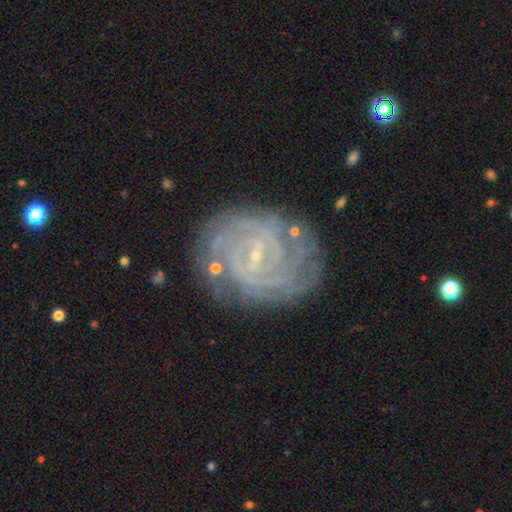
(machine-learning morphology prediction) A featured or disk galaxy (89%) with a weak bar (50%), 4 (22%, tied with 2 and can't tell) tight (79%) spiral arms (98%) and a small central bulge (86%).

Vote fractions:
- Smooth or featured? featured or disk: 89% / star or artifact: 6% / smooth: 5%
- Edge-on disk? no: 98% / yes: 2%
- Bar? weak: 50% / no: 28% / strong: 22%
- Spiral arms? yes: 98% / no: 2%
- Spiral winding? tight: 79% / medium: 18% / loose: 3%
- Spiral arm count? 4: 22% (tied) / 2: 22% (tied) / can't tell: 22% (tied) / 3: 17% / more than 4: 10% / 1: 7%
- Bulge size? small: 86% / moderate: 8% / none: 4% / large: 1% / dominant: 1%
- Merging? none: 76% / minor disturbance: 16% / major disturbance: 5% / merger: 3%